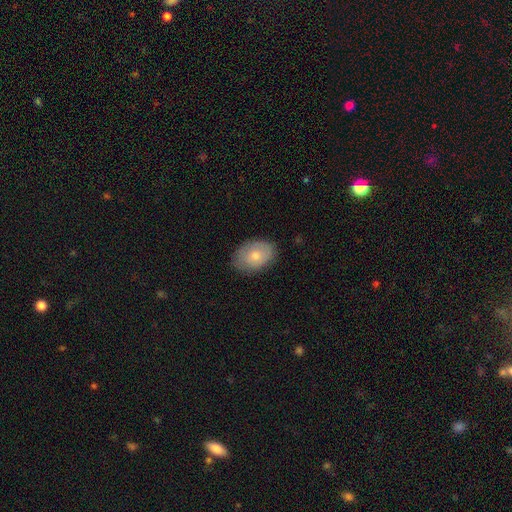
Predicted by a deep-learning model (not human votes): smooth-or-featured: smooth: 71% | featured or disk: 23% | star or artifact: 6%
  how-rounded: in between: 83% | round: 16% | cigar-shaped: 1%
  merging: none: 79% | minor disturbance: 17% | major disturbance: 3% | merger: 1%